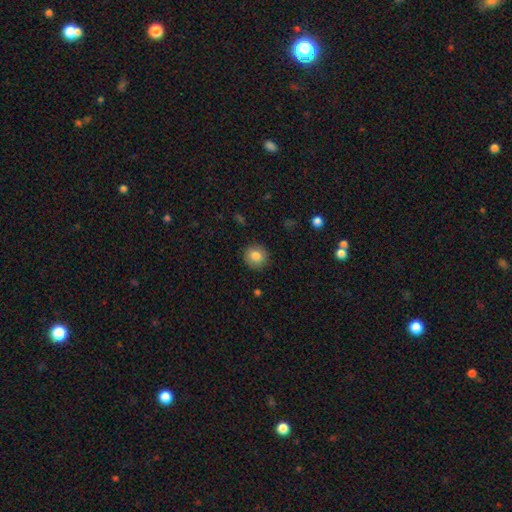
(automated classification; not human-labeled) This is clearly a smooth galaxy (83%). How rounded: clearly round (87%). Merging: clearly none (88%).